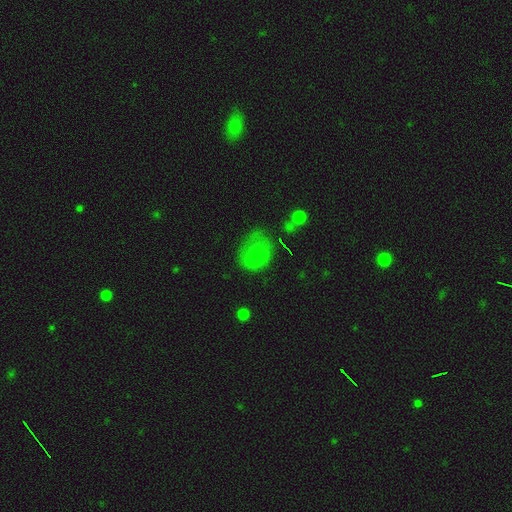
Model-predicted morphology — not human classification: This appears to be a smooth galaxy with no disk features (66%) that is in between round and cigar-shaped (58%). Merging: none (41%).